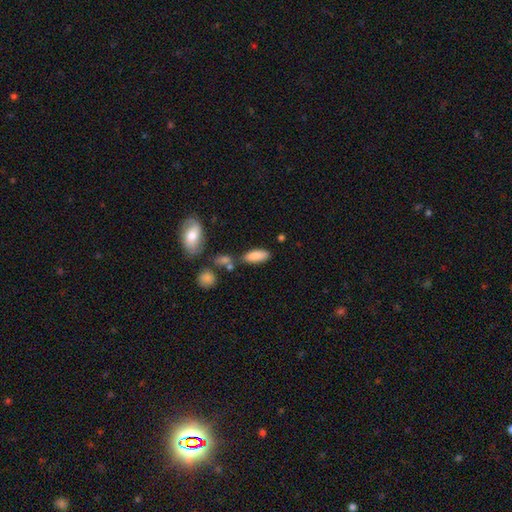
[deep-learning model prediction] A smooth galaxy with no disk features (85%) that is in between round and cigar-shaped (80%). Merging: none (74%).